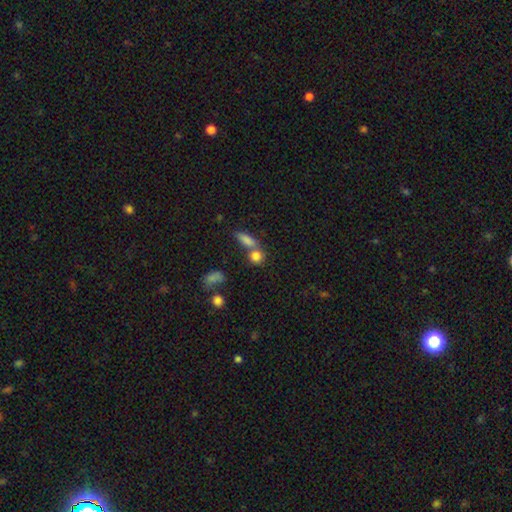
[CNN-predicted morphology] This appears to be a smooth galaxy with no disk features (81%) that is round (63%). Merging: none (47%).